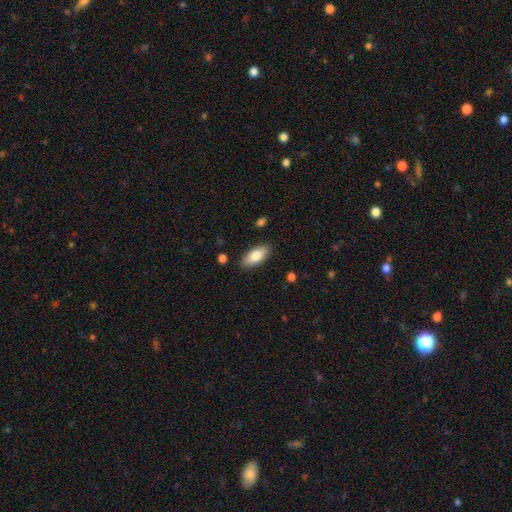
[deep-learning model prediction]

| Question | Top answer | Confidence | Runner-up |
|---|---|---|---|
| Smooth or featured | smooth | 82% | featured or disk (12%) |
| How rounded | in between | 86% | cigar-shaped (12%) |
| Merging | none | 87% | minor disturbance (9%) |